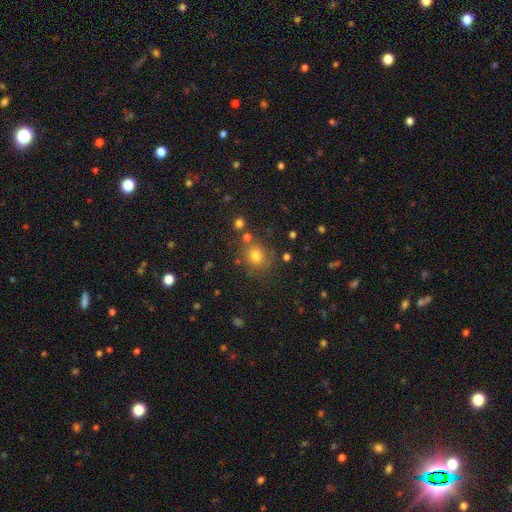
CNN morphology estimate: type=smooth (75%); roundness=round (77%); merging=none (75%).